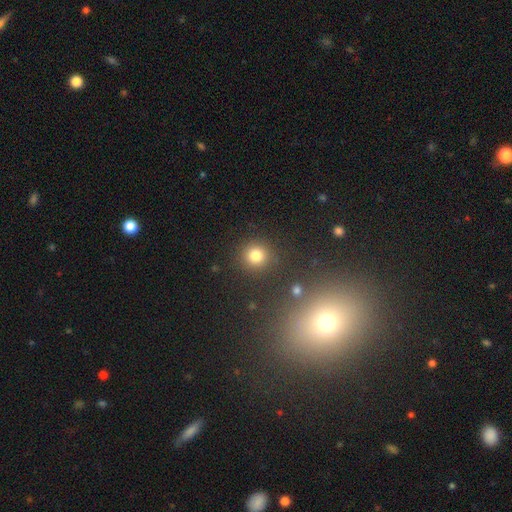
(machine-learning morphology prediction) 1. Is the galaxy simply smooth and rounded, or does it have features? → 79% smooth, 15% star or artifact, 6% featured or disk.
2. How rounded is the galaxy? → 92% round, 7% in between, 1% cigar-shaped.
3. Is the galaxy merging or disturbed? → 86% none, 7% minor disturbance, 3% merger, 3% major disturbance.